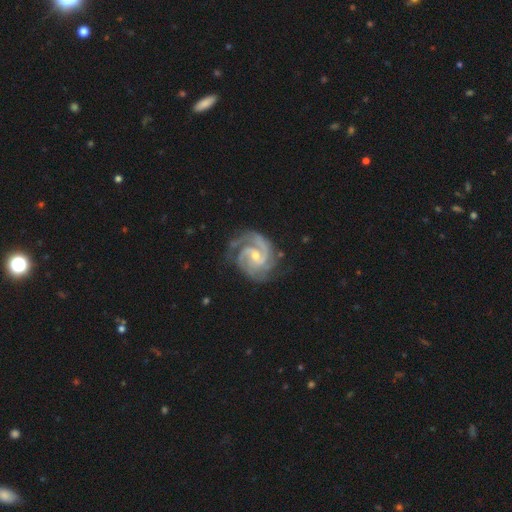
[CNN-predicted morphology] Overall: featured or disk (94%). Edge-on disk: no (98%). Bar: weak (44%; no 43%). Spiral arms: yes (99%). Spiral arm count: 2 (46%; 3 33%). Spiral winding: tight (56%; medium 40%). Bulge size: small (54%; moderate 43%). Merging: none (72%).